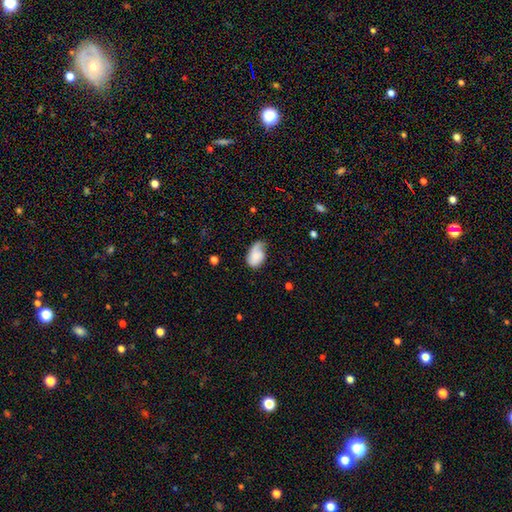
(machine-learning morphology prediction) type=smooth (63%); roundness=in between (89%); merging=none (40%).